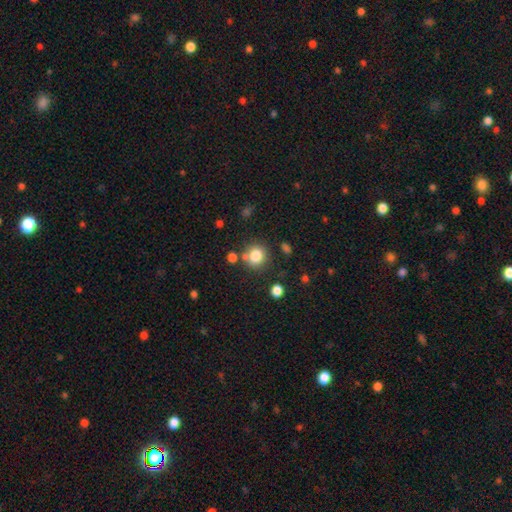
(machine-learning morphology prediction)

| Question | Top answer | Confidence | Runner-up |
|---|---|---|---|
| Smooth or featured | smooth | 82% | star or artifact (12%) |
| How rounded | round | 86% | in between (13%) |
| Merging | none | 75% | merger (11%) |